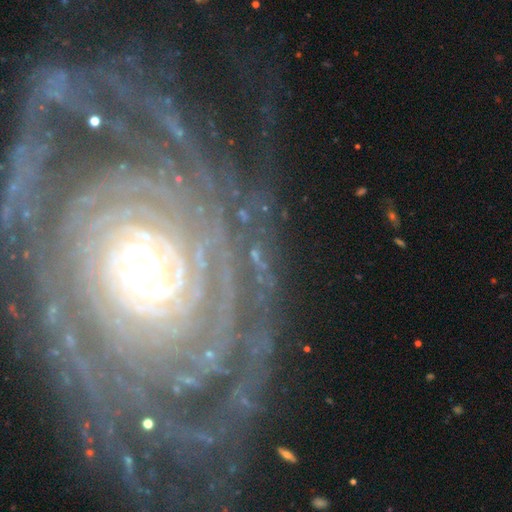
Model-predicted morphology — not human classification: The model was most divided on "spiral arm count": more than 4: 27%, can't tell: 25%, 4: 15%, 2: 12%, 3: 12%, 1: 9%. Remaining: spiral arms — yes (97%); edge-on disk — no (96%); smooth or featured — featured or disk (89%); spiral winding — tight (84%); merging — none (73%); bulge size — moderate (56%); bar — no (42%).